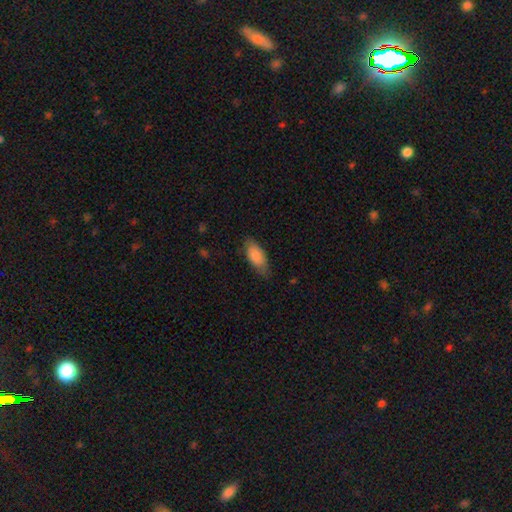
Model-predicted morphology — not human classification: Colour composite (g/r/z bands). It shows a smooth galaxy with no disk features (84%) that is in between round and cigar-shaped (87%). Merging: none (71%).